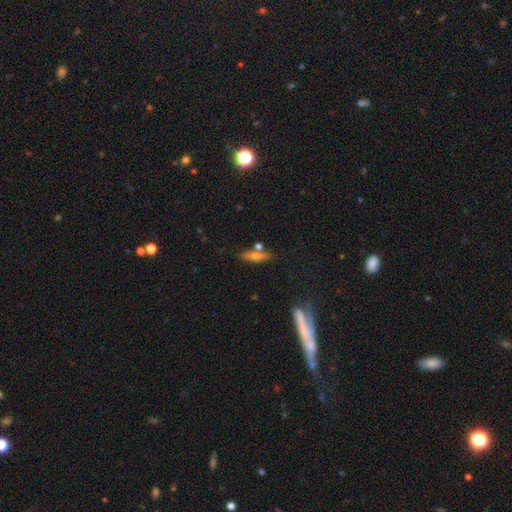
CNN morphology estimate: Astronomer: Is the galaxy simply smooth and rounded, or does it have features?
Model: smooth — 49% (runner-up: featured or disk, 42%).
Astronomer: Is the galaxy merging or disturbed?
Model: none — 73%.